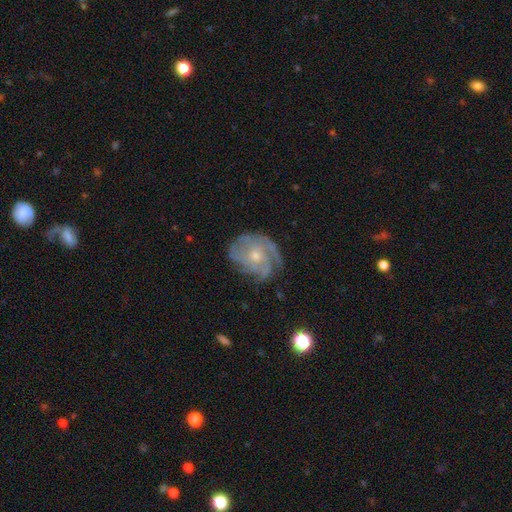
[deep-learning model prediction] Smooth or featured: featured or disk — 81% (smooth — 12%)
Edge-on disk: no — 98% (yes — 2%)
Bar: no — 79% (weak — 19%)
Spiral arms: yes — 93% (no — 7%)
Spiral winding: tight — 55% (medium — 34%)
Spiral arm count: can't tell — 29% (3 — 26%)
Bulge size: small — 61% (moderate — 35%)
Merging: none — 66% (minor disturbance — 22%)